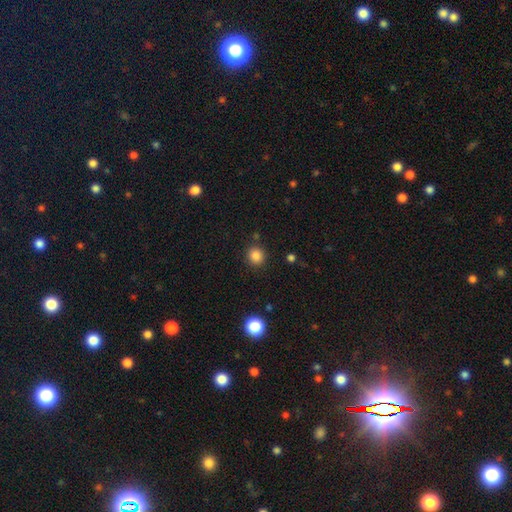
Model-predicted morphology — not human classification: Smooth or featured? smooth (85%)
How rounded? round (88%)
Merging? none (85%)